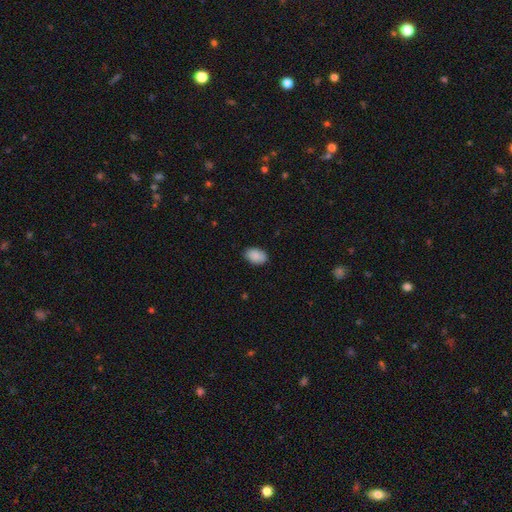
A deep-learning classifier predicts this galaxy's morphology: A smooth galaxy with no disk features (89%) that is in between round and cigar-shaped (88%). Merging: none (86%).